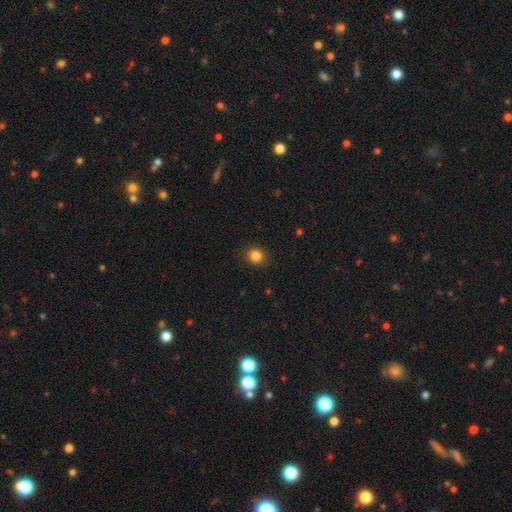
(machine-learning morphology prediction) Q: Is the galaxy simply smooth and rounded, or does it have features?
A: smooth — 85%.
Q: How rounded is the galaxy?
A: round — 86%.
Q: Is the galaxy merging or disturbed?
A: none — 91%.